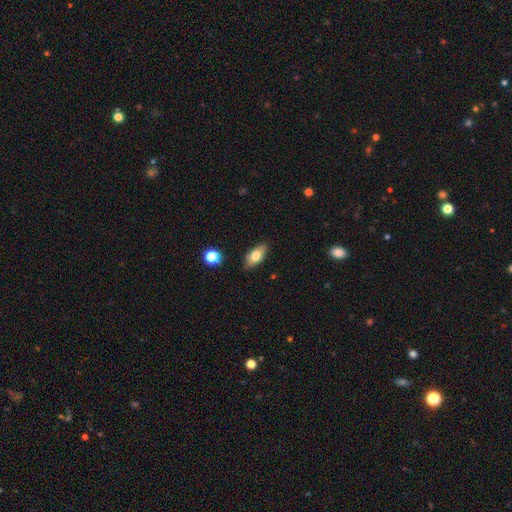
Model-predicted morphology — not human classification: A smooth galaxy with no disk features (74%) that is in between round and cigar-shaped (86%).

Vote fractions:
- Smooth or featured? smooth: 74% / featured or disk: 18% / star or artifact: 8%
- How rounded? in between: 86% / cigar-shaped: 9% / round: 4%
- Merging? none: 86% / minor disturbance: 11% / major disturbance: 2% / merger: 2%